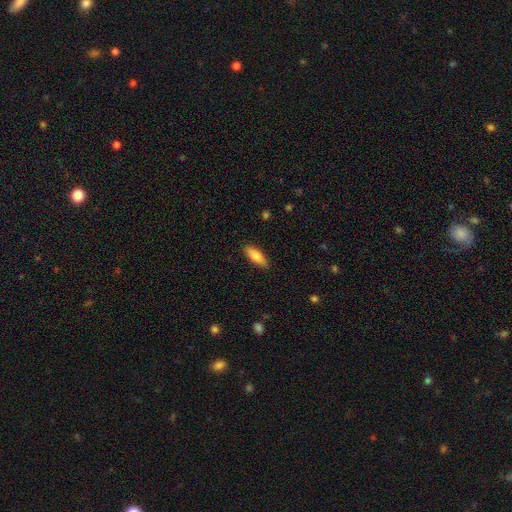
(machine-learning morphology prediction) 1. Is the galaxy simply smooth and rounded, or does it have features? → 77% smooth, 17% featured or disk, 6% star or artifact.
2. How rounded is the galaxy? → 64% in between, 33% cigar-shaped, 2% round.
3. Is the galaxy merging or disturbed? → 88% none, 9% minor disturbance, 2% major disturbance, 1% merger.